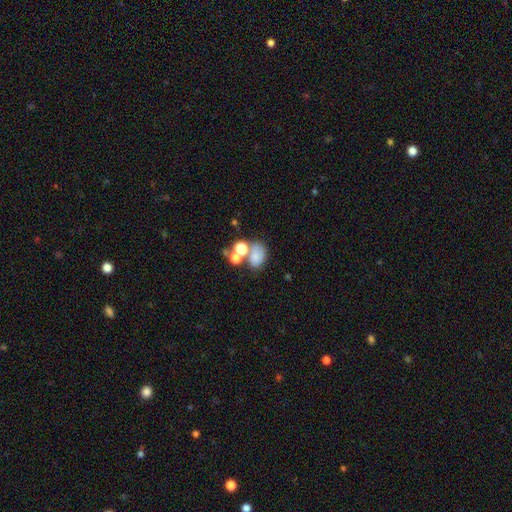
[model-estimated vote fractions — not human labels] smooth 69%, star or artifact 16%, featured or disk 15%. Down the decision tree: how rounded — in between (67%); merging — merger (42%).